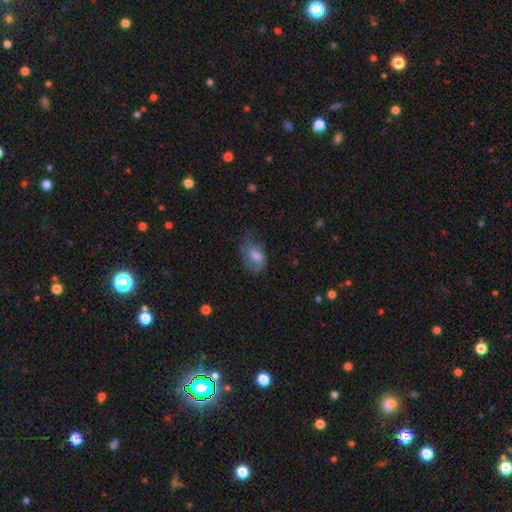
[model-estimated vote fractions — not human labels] A smooth galaxy with no disk features (51%) that is in between round and cigar-shaped (84%).

Vote fractions:
- Smooth or featured? smooth: 51% / featured or disk: 39% / star or artifact: 10%
- How rounded? in between: 84% / round: 14% / cigar-shaped: 2%
- Merging? none: 44% / minor disturbance: 32% / major disturbance: 22% / merger: 2%